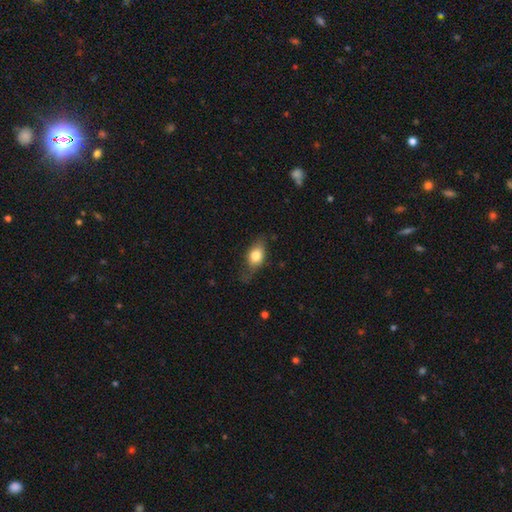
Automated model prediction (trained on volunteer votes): smooth-or-featured: smooth: 75% | featured or disk: 18% | star or artifact: 7%
  how-rounded: in between: 78% | round: 16% | cigar-shaped: 6%
  merging: none: 60% | minor disturbance: 28% | major disturbance: 10% | merger: 2%